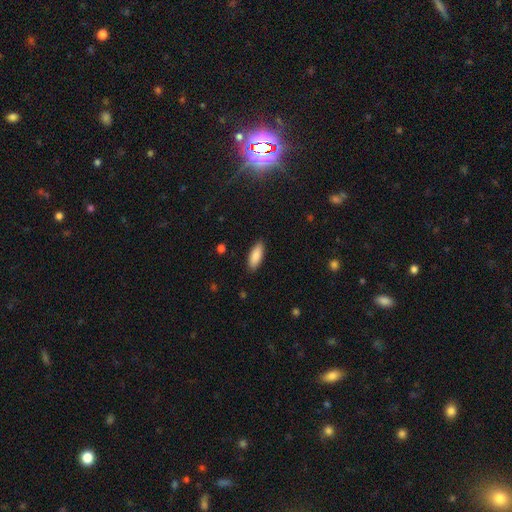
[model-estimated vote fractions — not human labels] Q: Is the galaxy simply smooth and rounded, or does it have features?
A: smooth — 88%.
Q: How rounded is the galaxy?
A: in between — 73%.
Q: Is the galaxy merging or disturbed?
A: none — 88%.